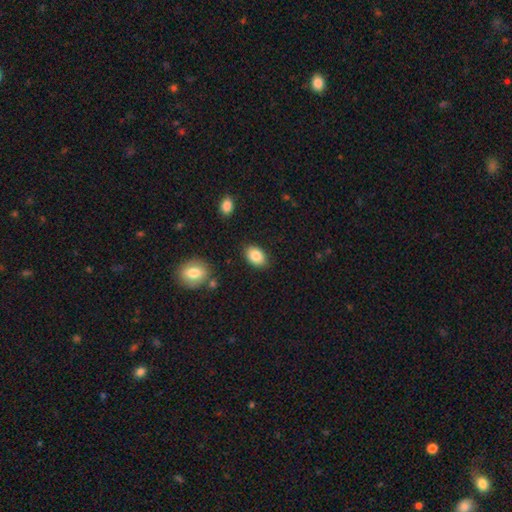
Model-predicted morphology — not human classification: Smooth or featured? smooth (86%)
How rounded? in between (85%)
Merging? none (85%)